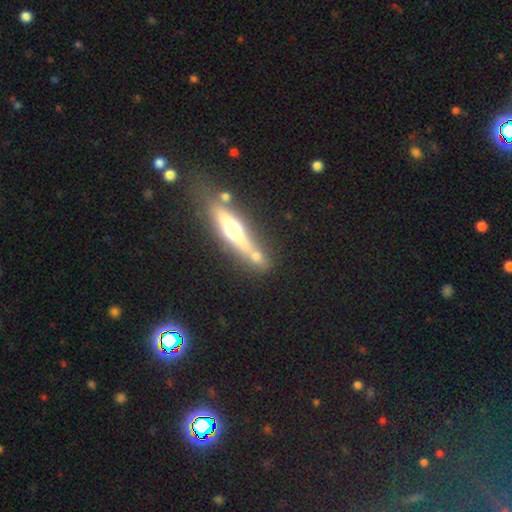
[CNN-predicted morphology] Q: Smooth or featured?
A: featured or disk (64%); runner-up: smooth (25%)
Q: Edge-on disk?
A: yes (90%); runner-up: no (10%)
Q: Edge-on bulge?
A: rounded (84%); runner-up: boxy (8%)
Q: Merging?
A: none (66%); runner-up: minor disturbance (16%)